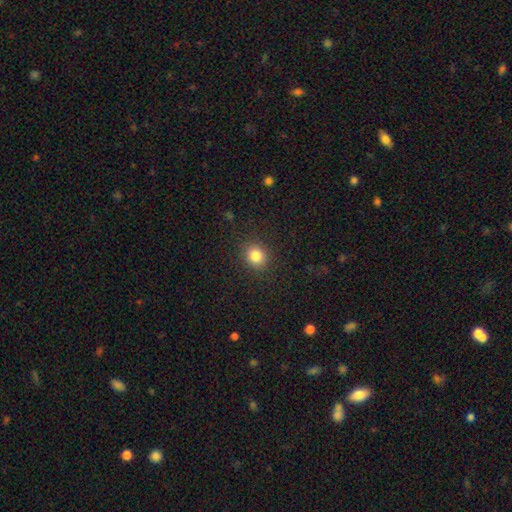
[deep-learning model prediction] This is clearly a smooth galaxy (83%). How rounded: likely round (74%). Merging: clearly none (88%).